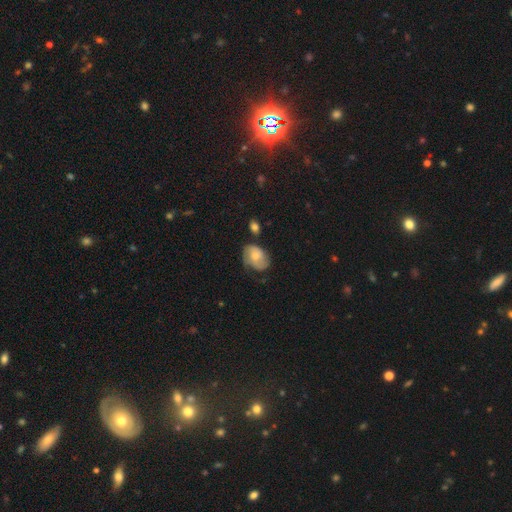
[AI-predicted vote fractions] Smooth or featured? smooth (50%)
Merging? none (53%)